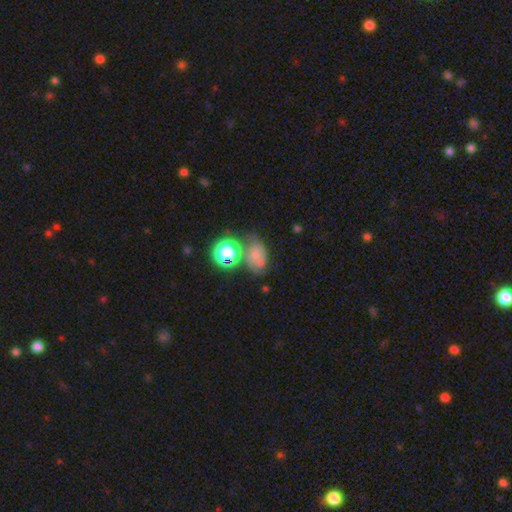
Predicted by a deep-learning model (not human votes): This appears to be a smooth galaxy with no disk features (61%) that is in between round and cigar-shaped (66%). Merging: none (42%).